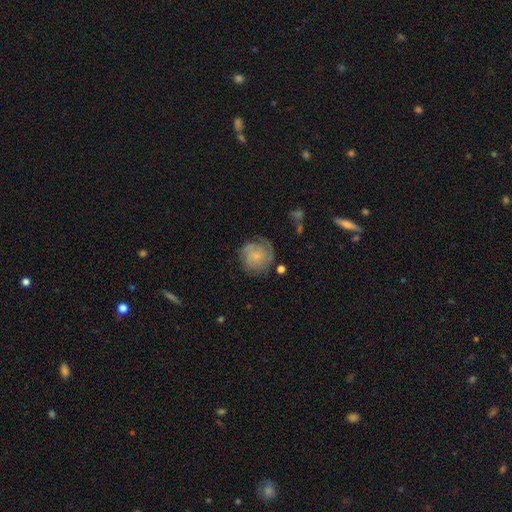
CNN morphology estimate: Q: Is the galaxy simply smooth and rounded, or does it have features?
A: featured or disk — 62%.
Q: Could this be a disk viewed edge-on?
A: no — 98%.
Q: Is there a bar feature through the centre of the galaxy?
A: no — 76%.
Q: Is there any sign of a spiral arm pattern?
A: yes — 90%.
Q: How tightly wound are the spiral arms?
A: tight — 61%.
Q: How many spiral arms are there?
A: can't tell — 33%.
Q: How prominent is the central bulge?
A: small — 55%.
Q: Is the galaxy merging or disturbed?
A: none — 68%.